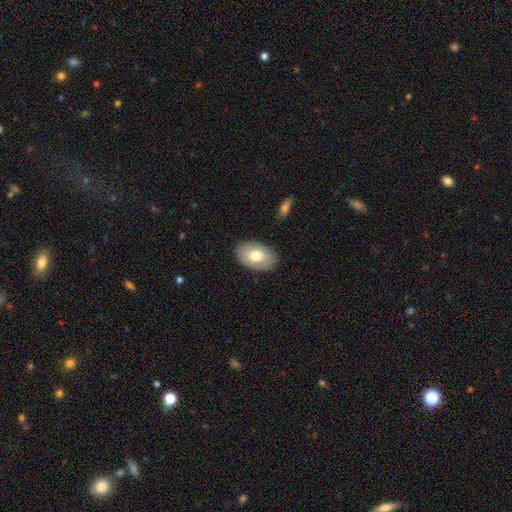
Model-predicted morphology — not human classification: The model was most divided on "smooth or featured": smooth: 71%, featured or disk: 22%, star or artifact: 6%. More confident: how rounded — in between (89%); merging — none (87%).